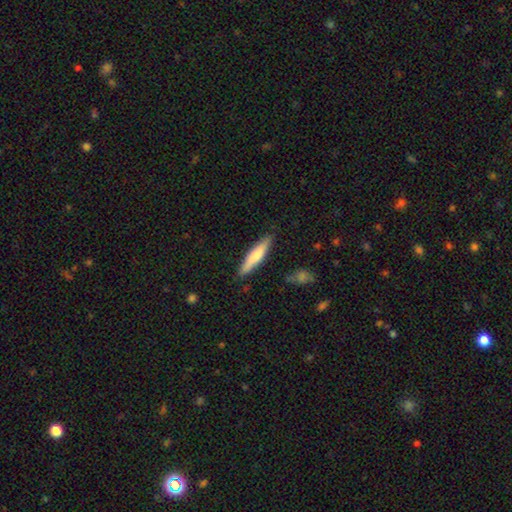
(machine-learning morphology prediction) type=smooth (66%); roundness=cigar-shaped (85%); merging=none (86%).